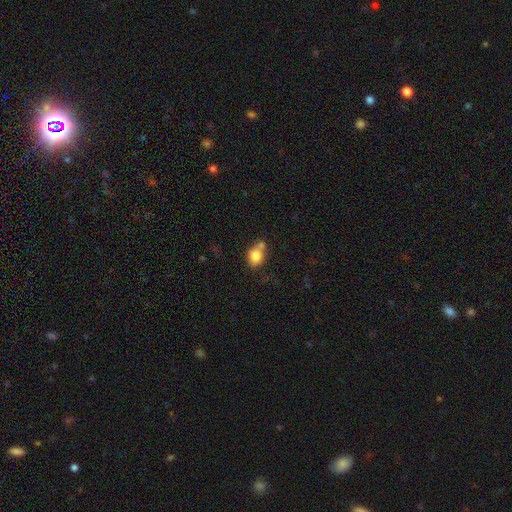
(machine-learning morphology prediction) A smooth galaxy with no disk features (81%) that is round (57%). Merging: none (45%).